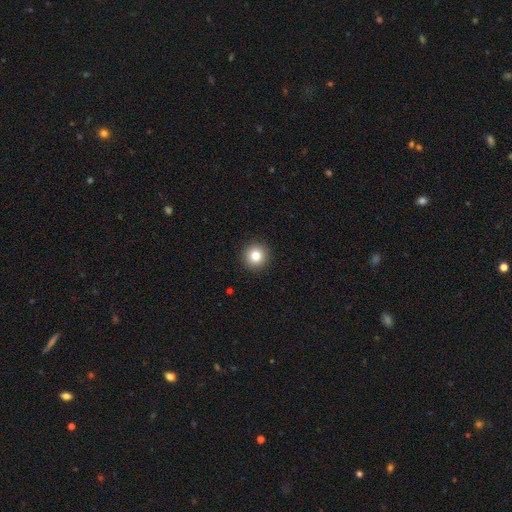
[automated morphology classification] smooth 81%, star or artifact 11%, featured or disk 8%. Down the decision tree: how rounded — round (95%); merging — none (93%).